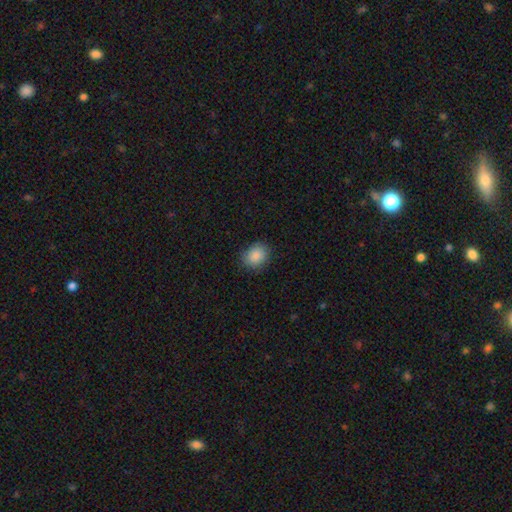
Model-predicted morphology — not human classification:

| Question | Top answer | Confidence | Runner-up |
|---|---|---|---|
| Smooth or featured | smooth | 88% | star or artifact (8%) |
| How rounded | round | 54% | in between (45%) |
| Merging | none | 84% | minor disturbance (12%) |